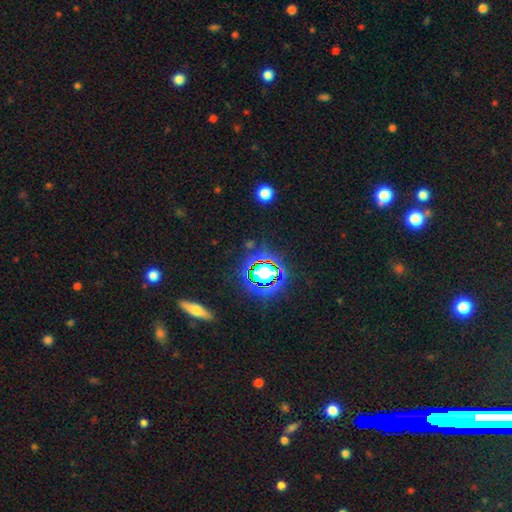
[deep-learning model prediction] smooth-or-featured: star or artifact: 74% | smooth: 16% | featured or disk: 11%